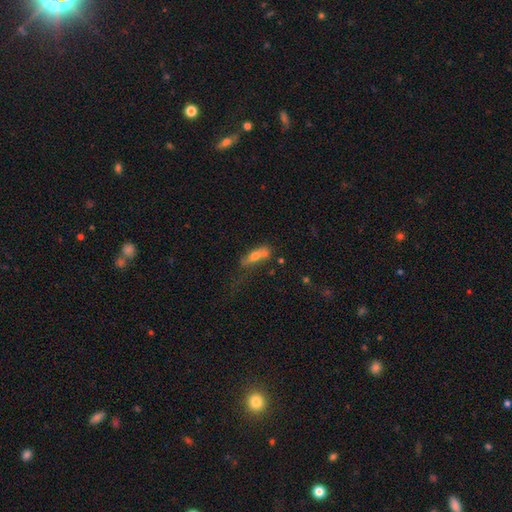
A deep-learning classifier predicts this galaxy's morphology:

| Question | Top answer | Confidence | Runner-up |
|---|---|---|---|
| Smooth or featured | smooth | 55% | featured or disk (35%) |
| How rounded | in between | 48% | tied: cigar-shaped (48%) |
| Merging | none | 35% | merger (28%) |